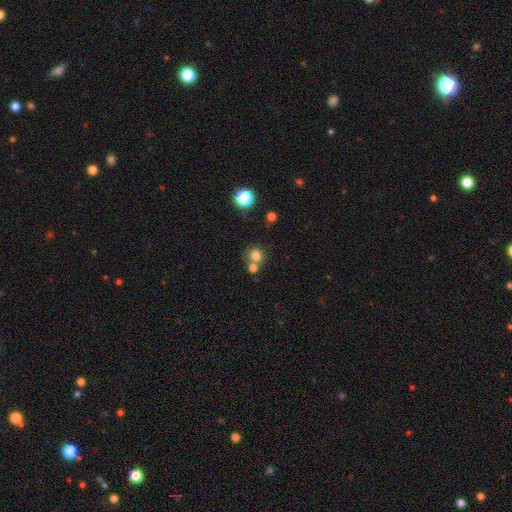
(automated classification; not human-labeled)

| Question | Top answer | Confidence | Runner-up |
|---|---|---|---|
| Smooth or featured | smooth | 78% | star or artifact (14%) |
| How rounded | round | 86% | in between (13%) |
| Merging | none | 55% | merger (33%) |